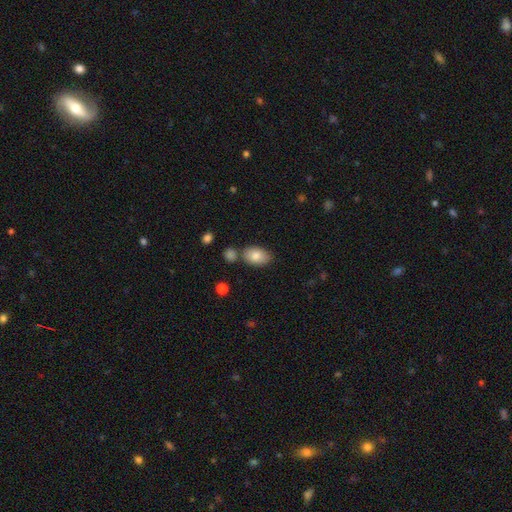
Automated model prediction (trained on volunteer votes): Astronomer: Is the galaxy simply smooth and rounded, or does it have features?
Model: smooth — 82%.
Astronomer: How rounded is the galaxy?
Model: in between — 90%.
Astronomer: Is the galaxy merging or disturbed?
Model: none — 71%.